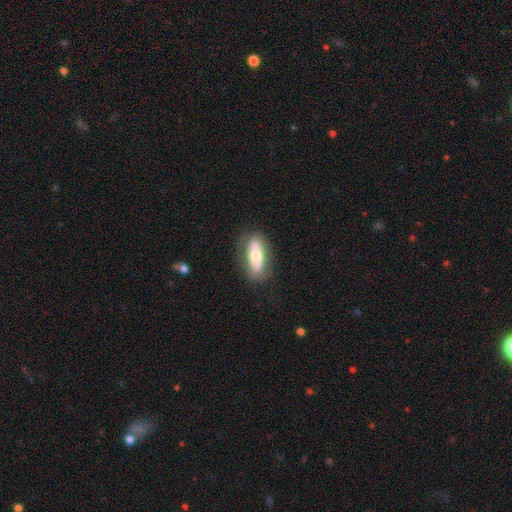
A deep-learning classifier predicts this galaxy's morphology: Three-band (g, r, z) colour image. It shows a smooth galaxy with no disk features (60%) that is in between round and cigar-shaped (75%). Merging: none (81%).